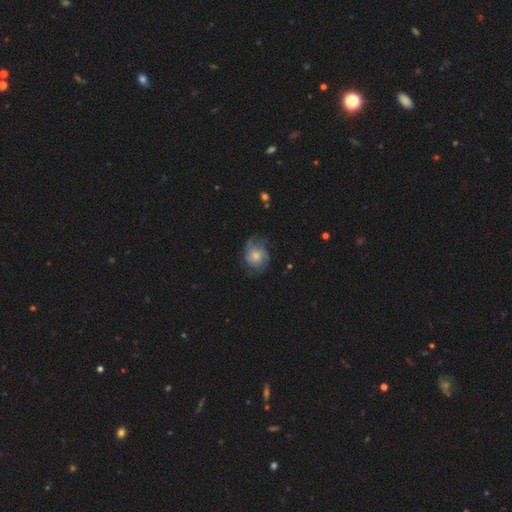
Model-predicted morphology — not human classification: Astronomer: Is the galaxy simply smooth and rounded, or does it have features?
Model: featured or disk — 57% (runner-up: smooth, 35%).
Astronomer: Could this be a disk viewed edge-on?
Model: no — 97%.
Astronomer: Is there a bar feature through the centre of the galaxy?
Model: no — 78%.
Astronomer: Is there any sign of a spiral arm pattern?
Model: yes — 88%.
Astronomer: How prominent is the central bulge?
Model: moderate — 47% (runner-up: small, 28%).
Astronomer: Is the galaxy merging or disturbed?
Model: none — 60%.